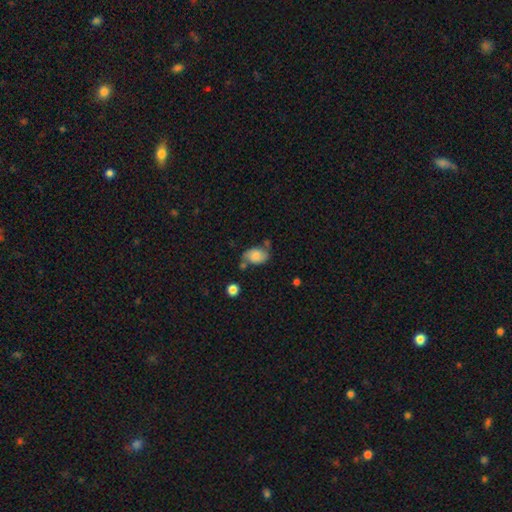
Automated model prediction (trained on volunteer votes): Smooth or featured? Predicted: smooth (p=0.65). How rounded? Predicted: in between (p=0.79). Merging? Predicted: none (p=0.50).